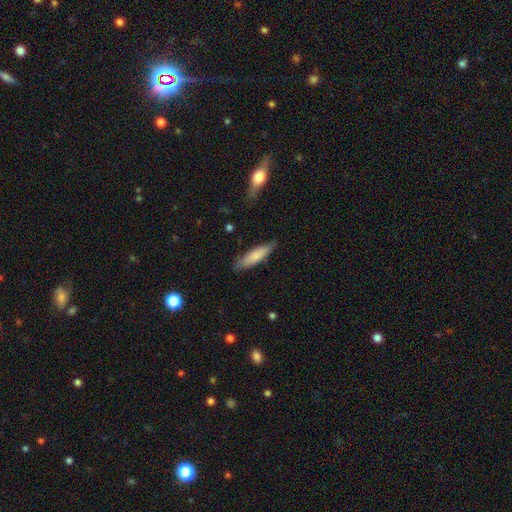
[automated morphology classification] The model was most divided on "how rounded": cigar-shaped: 67%, in between: 31%, round: 1%. More confident: merging — none (81%); smooth or featured — smooth (76%).